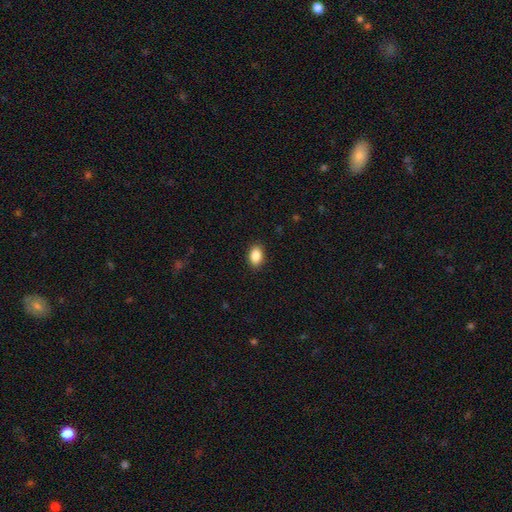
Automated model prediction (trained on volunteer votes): Smooth or featured? smooth (88%)
How rounded? in between (82%)
Merging? none (89%)